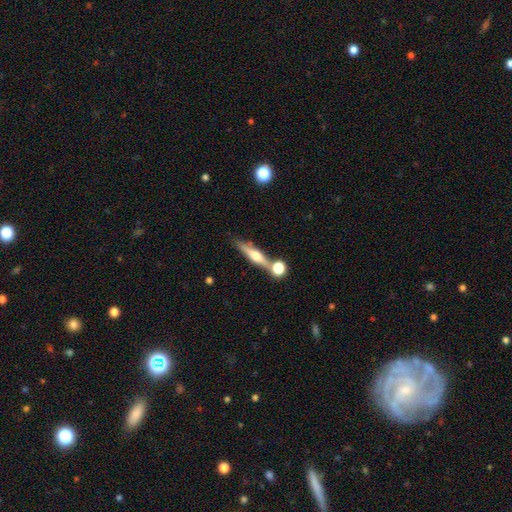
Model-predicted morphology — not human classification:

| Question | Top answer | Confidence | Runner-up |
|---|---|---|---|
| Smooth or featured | featured or disk | 59% | smooth (33%) |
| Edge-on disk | yes | 95% | no (5%) |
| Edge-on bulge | rounded | 88% | boxy (7%) |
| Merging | none | 66% | merger (19%) |